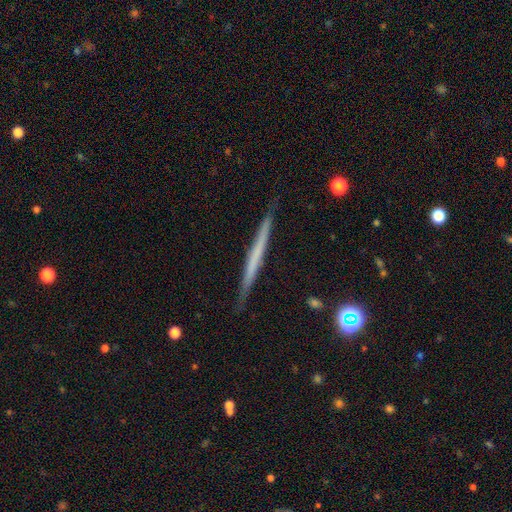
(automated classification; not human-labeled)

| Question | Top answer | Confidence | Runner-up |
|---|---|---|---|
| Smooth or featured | featured or disk | 53% | smooth (41%) |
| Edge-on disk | yes | 97% | no (3%) |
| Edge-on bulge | none | 89% | rounded (7%) |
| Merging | none | 89% | minor disturbance (8%) |